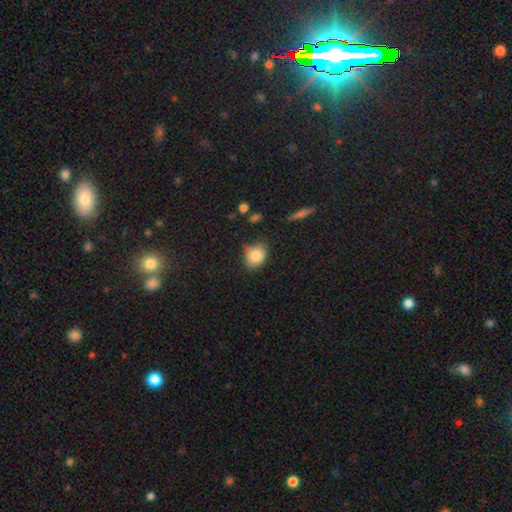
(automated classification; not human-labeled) Overall: smooth (82%). How rounded: round (54%; in between 45%). Merging: none (71%).